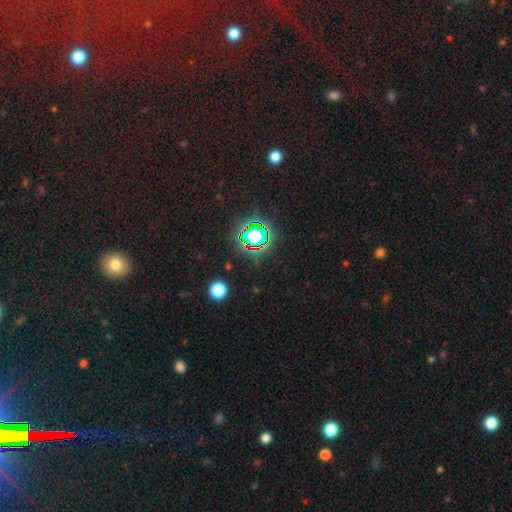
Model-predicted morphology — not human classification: Smooth or featured: star or artifact — 79% (smooth — 14%)